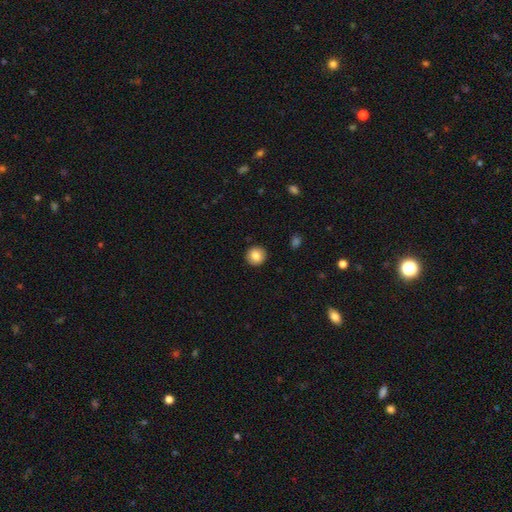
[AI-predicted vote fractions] This is clearly a smooth galaxy (84%). How rounded: clearly round (94%). Merging: clearly none (92%).